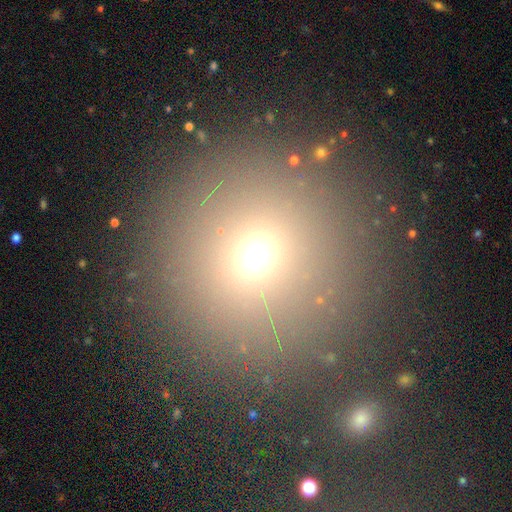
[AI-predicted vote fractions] This appears to be a smooth galaxy with no disk features (63%) that is round (94%). Merging: none (85%).